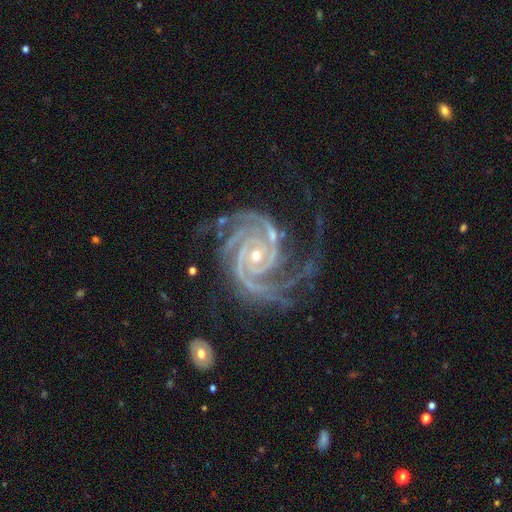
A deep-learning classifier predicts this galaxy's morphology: Q: Smooth or featured?
A: featured or disk (94%); runner-up: star or artifact (4%)
Q: Edge-on disk?
A: no (98%); runner-up: yes (2%)
Q: Bar?
A: no (61%); runner-up: weak (23%)
Q: Spiral arms?
A: yes (99%); runner-up: no (1%)
Q: Spiral winding?
A: tight (75%); runner-up: medium (23%)
Q: Spiral arm count?
A: 3 (35%); runner-up: 4 (23%)
Q: Bulge size?
A: small (60%); runner-up: moderate (37%)
Q: Merging?
A: none (54%); runner-up: minor disturbance (25%)